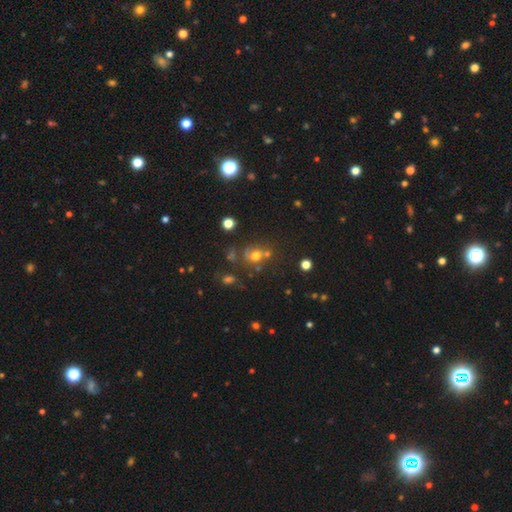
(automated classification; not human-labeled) The model was most divided on "merging": none: 45%, merger: 25%, minor disturbance: 16%, major disturbance: 14%. More confident: how rounded — round (70%); smooth or featured — smooth (55%).